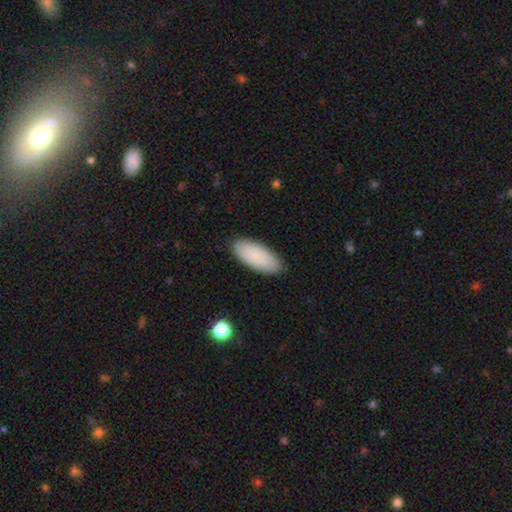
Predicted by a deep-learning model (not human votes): Smooth or featured: smooth — 85% (featured or disk — 9%)
How rounded: in between — 85% (cigar-shaped — 13%)
Merging: none — 87% (minor disturbance — 10%)